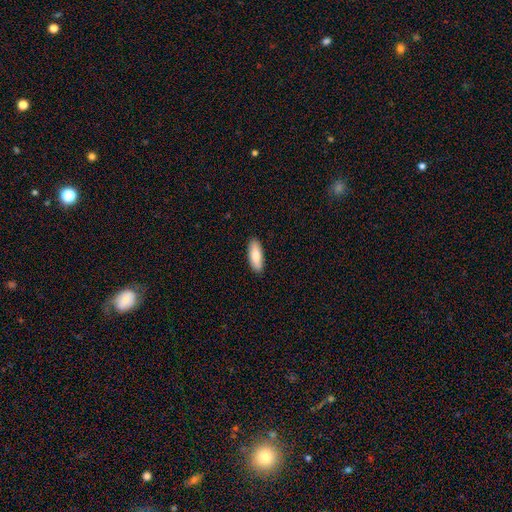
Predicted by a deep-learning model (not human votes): smooth_or_featured: smooth (p=0.86) [alt: featured or disk p=0.09]
how_rounded: in between (p=0.69) [alt: cigar-shaped p=0.30]
merging: none (p=0.89) [alt: minor disturbance p=0.08]